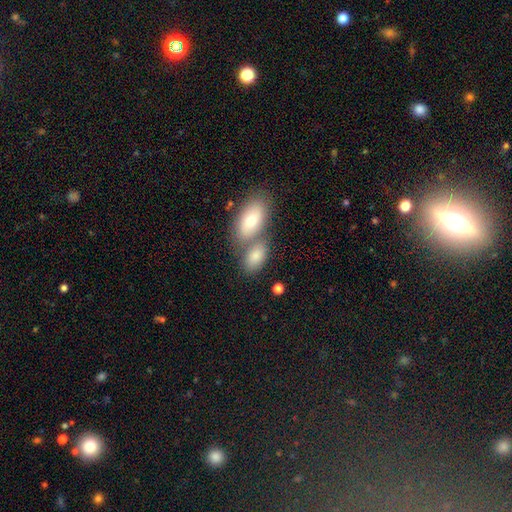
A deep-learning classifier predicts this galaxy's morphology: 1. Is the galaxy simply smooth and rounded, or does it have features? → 81% smooth, 11% featured or disk, 7% star or artifact.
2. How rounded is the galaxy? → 90% in between, 7% round, 3% cigar-shaped.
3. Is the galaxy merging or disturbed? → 44% merger, 41% none, 11% minor disturbance, 4% major disturbance.